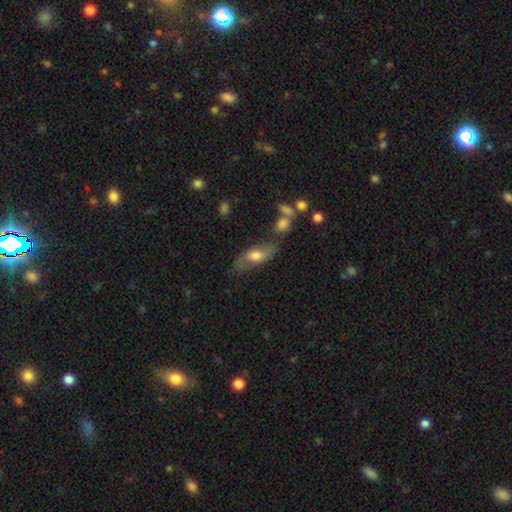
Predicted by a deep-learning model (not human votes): smooth-or-featured: smooth: 59% | featured or disk: 34% | star or artifact: 7%
  how-rounded: in between: 76% | cigar-shaped: 18% | round: 5%
  merging: none: 63% | minor disturbance: 21% | merger: 9% | major disturbance: 8%